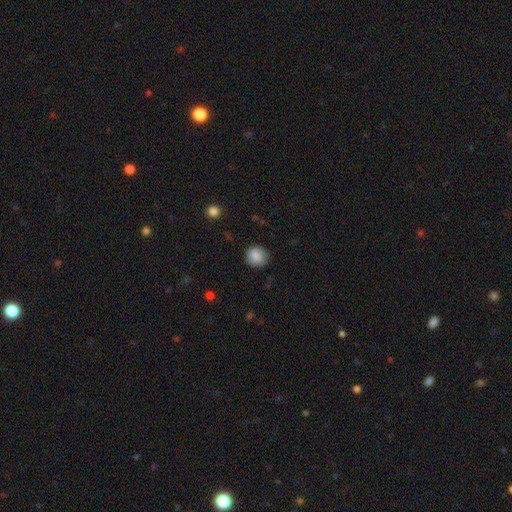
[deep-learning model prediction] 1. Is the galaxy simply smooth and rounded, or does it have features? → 87% smooth, 8% star or artifact, 5% featured or disk.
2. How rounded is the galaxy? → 88% round, 11% in between, 1% cigar-shaped.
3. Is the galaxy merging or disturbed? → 86% none, 10% minor disturbance, 2% major disturbance, 1% merger.